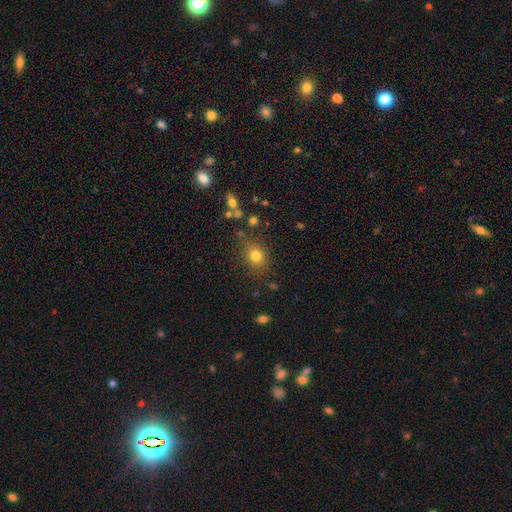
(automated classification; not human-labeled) The model was most divided on "how rounded": round: 67%, in between: 32%, cigar-shaped: 1%. More confident: merging — none (79%); smooth or featured — smooth (79%).